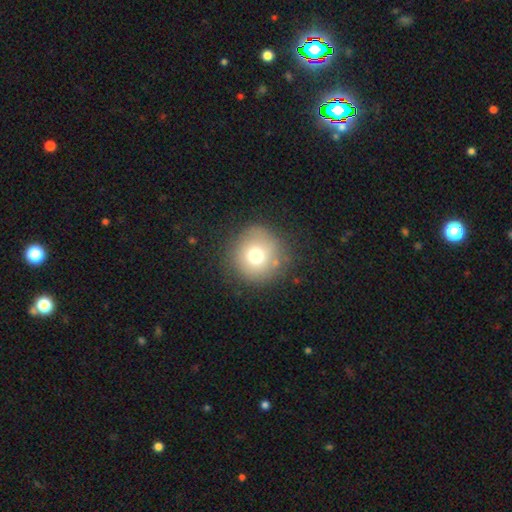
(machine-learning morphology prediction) A smooth galaxy with no disk features (72%) that is round (94%).

Vote fractions:
- Smooth or featured? smooth: 72% / featured or disk: 14% / star or artifact: 14%
- How rounded? round: 94% / in between: 5% / cigar-shaped: 1%
- Merging? none: 83% / minor disturbance: 10% / major disturbance: 5% / merger: 2%